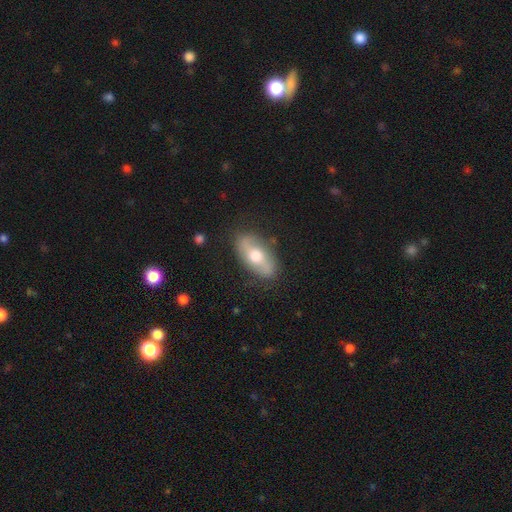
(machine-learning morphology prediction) type=smooth (49%); merging=none (82%).